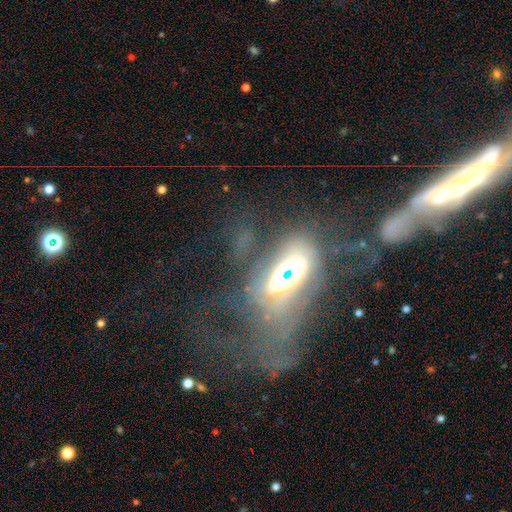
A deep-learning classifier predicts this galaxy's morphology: Q: Smooth or featured?
A: featured or disk (54%); runner-up: smooth (26%)
Q: Edge-on disk?
A: no (80%); runner-up: yes (20%)
Q: Merging?
A: merger (48%); runner-up: major disturbance (28%)